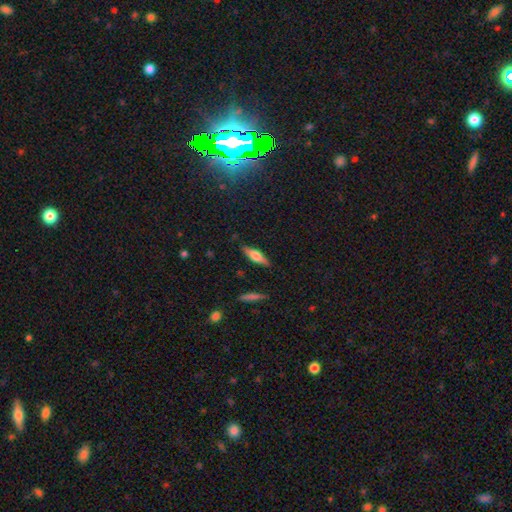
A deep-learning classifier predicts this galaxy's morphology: Overall: smooth (48%; featured or disk 46%). Merging: none (87%).